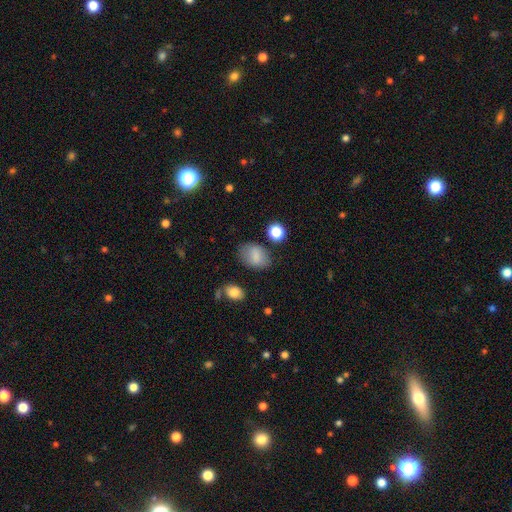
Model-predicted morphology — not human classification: Overall: smooth (79%). How rounded: in between (80%). Merging: none (73%).